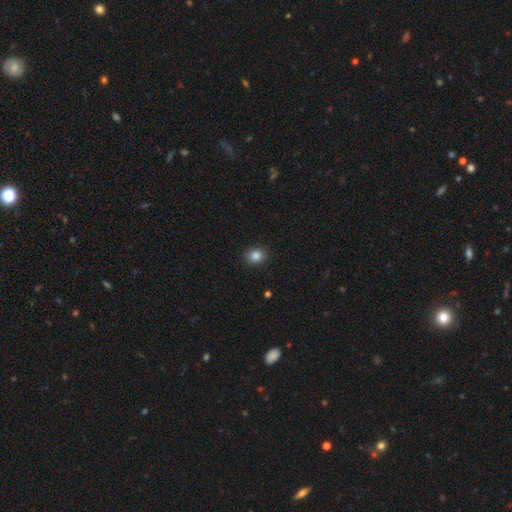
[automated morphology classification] This is clearly a smooth galaxy (85%). How rounded: likely round (74%). Merging: clearly none (91%).